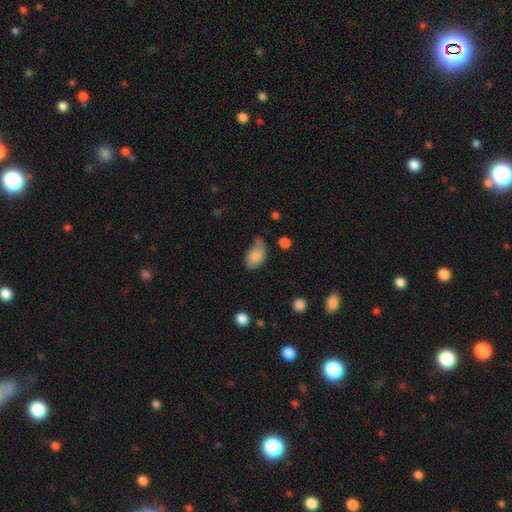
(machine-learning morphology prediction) Smooth or featured?
  - smooth: 83% *
  - featured or disk: 9%
  - star or artifact: 7%
How rounded?
  - in between: 91% *
  - round: 8%
  - cigar-shaped: 1%
Merging?
  - none: 43% *
  - minor disturbance: 40%
  - major disturbance: 12%
  - merger: 5%